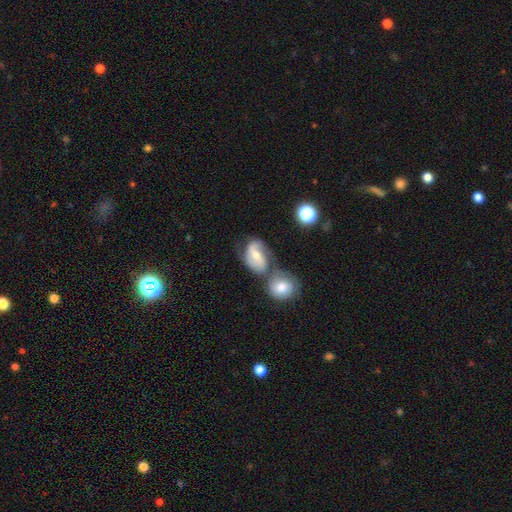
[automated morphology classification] featured or disk 69%, smooth 23%, star or artifact 8%. Down the decision tree: edge-on disk — no (97%); bar — weak (45%); spiral arms — yes (91%); spiral arm count — 2 (83%); spiral winding — medium (48%); bulge size — moderate (59%); merging — merger (40%).